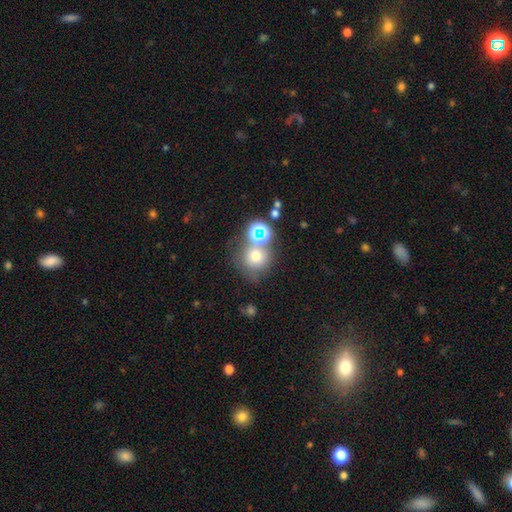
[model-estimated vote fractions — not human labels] smooth 66%, star or artifact 22%, featured or disk 11%. Down the decision tree: how rounded — round (86%); merging — none (57%).